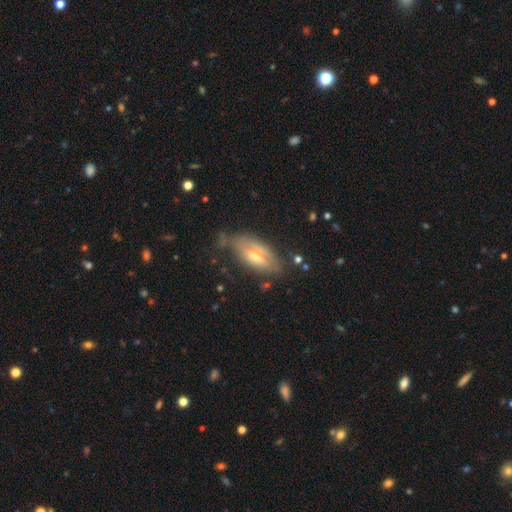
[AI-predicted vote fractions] Morphology: type=featured or disk (54%); edge-on=no (54%); merging=none (56%).